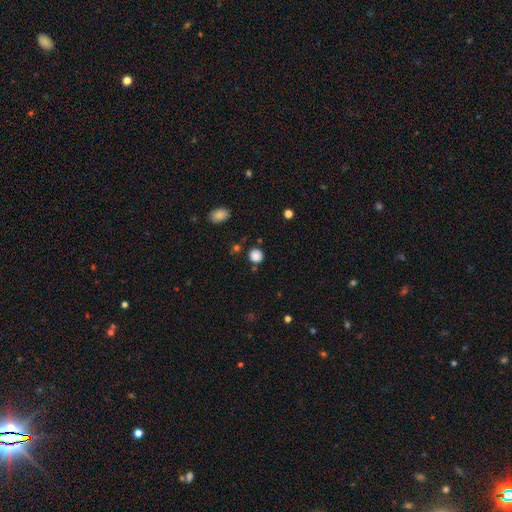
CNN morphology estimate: A smooth galaxy with no disk features (85%) that is round (89%). Merging: none (84%).